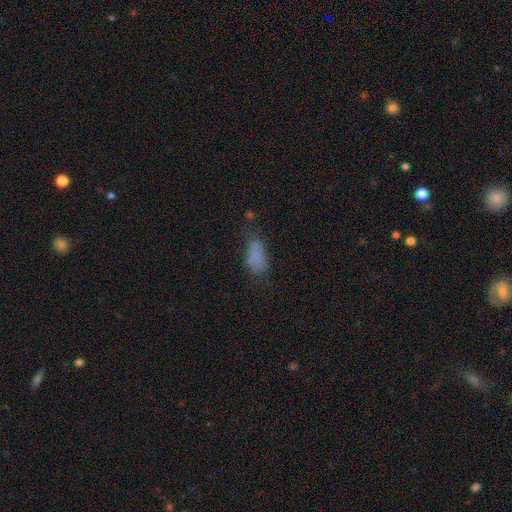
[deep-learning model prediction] This appears to be a smooth galaxy with no disk features (69%) that is in between round and cigar-shaped (86%). Merging: none (45%).